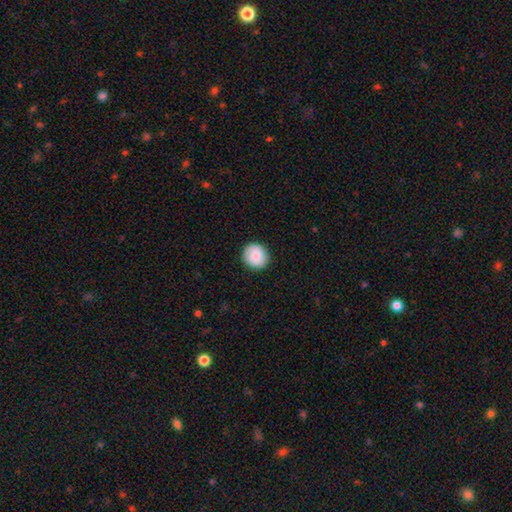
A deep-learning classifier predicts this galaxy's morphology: The model was most divided on "smooth or featured": smooth: 80%, featured or disk: 13%, star or artifact: 7%. More confident: merging — none (88%); how rounded — round (86%).